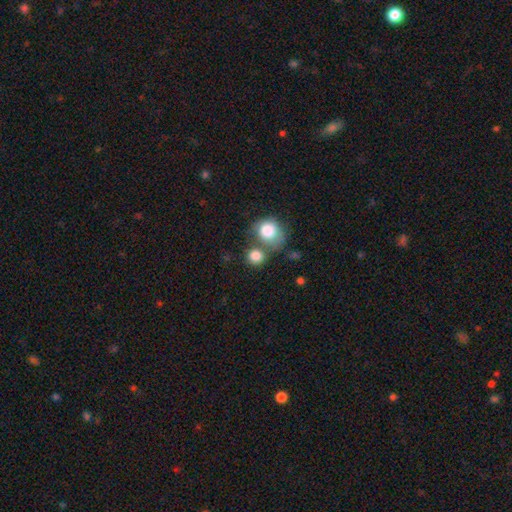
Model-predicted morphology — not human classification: Q: Smooth or featured?
A: smooth (83%); runner-up: star or artifact (9%)
Q: How rounded?
A: round (80%); runner-up: in between (19%)
Q: Merging?
A: none (48%); runner-up: merger (35%)